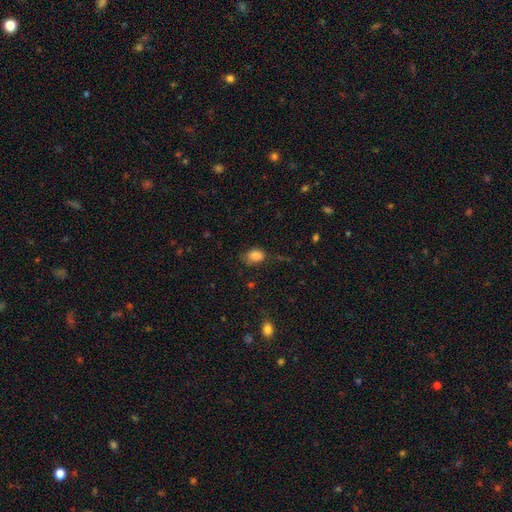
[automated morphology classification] The model was most divided on "merging": none: 64%, minor disturbance: 26%, major disturbance: 8%, merger: 2%. More confident: smooth or featured — smooth (85%); how rounded — in between (78%).